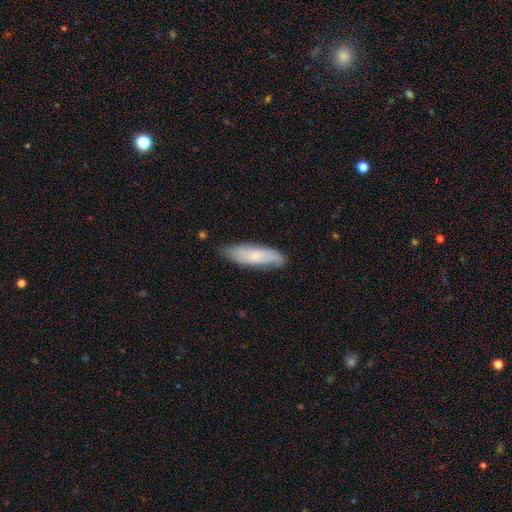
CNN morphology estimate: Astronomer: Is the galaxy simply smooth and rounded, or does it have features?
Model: smooth — 63%.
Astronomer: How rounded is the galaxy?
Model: cigar-shaped — 55% (runner-up: in between, 44%).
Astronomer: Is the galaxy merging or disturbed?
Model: none — 73%.